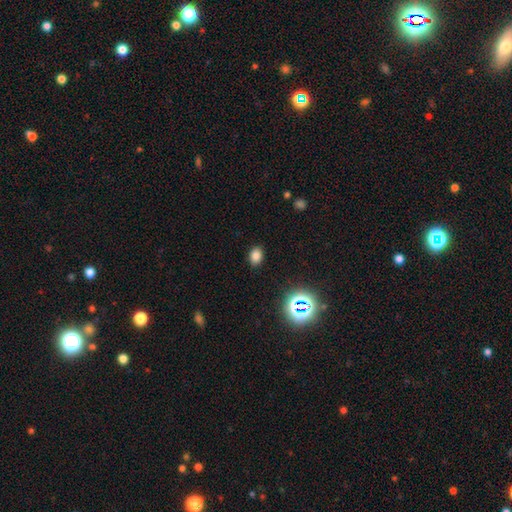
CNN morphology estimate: A smooth galaxy with no disk features (77%) that is in between round and cigar-shaped (74%).

Vote fractions:
- Smooth or featured? smooth: 77% / star or artifact: 17% / featured or disk: 5%
- How rounded? in between: 74% / round: 25% / cigar-shaped: 1%
- Merging? none: 88% / minor disturbance: 8% / major disturbance: 2% / merger: 1%